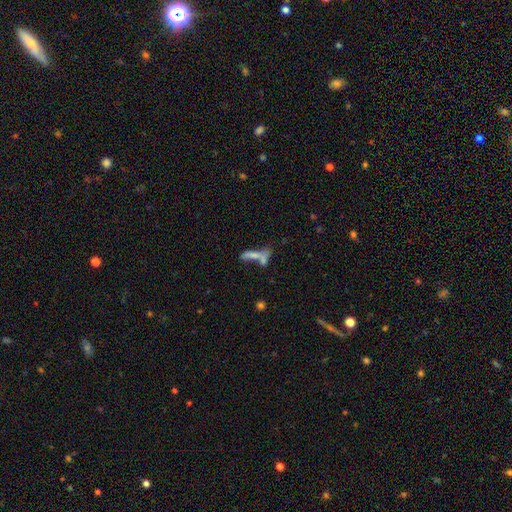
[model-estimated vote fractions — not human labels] This is possibly a smooth galaxy (60%). How rounded: likely cigar-shaped (64%). Merging: possibly merger (48%).